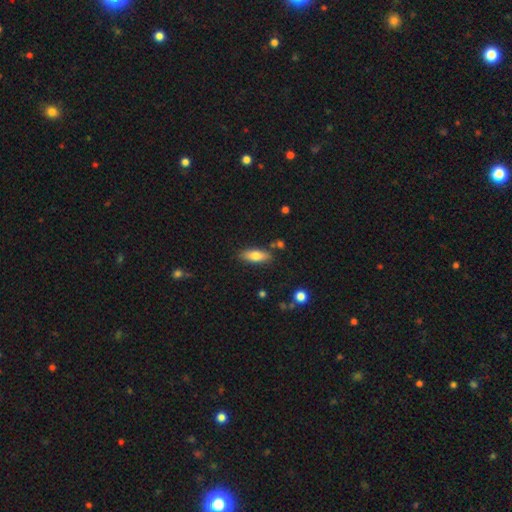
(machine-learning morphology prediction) A smooth galaxy with no disk features (75%) that is in between round and cigar-shaped (68%).

Vote fractions:
- Smooth or featured? smooth: 75% / featured or disk: 18% / star or artifact: 7%
- How rounded? in between: 68% / cigar-shaped: 29% / round: 3%
- Merging? none: 83% / minor disturbance: 11% / merger: 3% / major disturbance: 2%